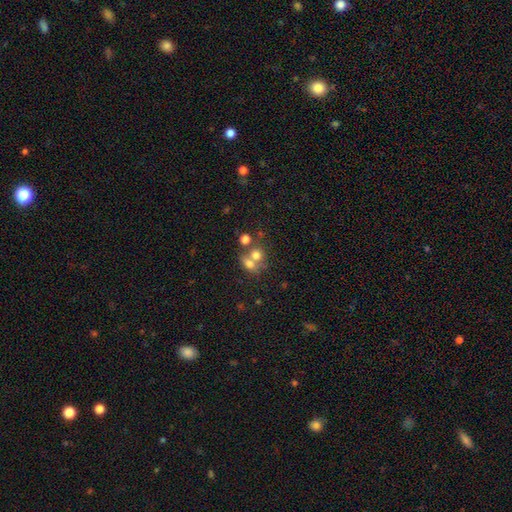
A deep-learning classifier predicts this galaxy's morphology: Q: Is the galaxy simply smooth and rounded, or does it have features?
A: smooth — 67%.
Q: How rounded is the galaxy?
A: round — 60%.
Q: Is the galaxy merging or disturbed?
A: merger — 53%.